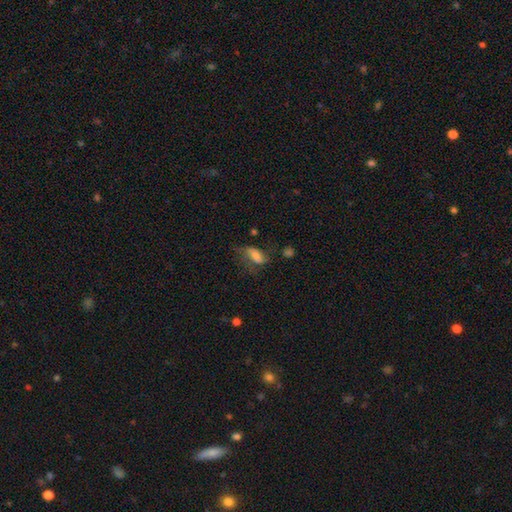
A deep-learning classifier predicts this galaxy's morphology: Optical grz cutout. It shows a smooth galaxy with no disk features (58%) that is in between round and cigar-shaped (85%). Merging: none (39%).